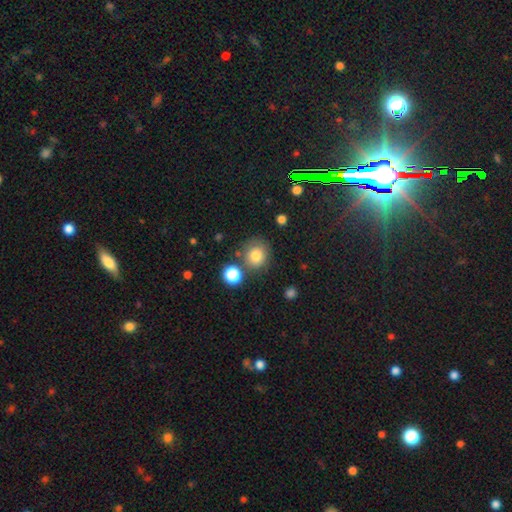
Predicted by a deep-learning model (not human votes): Smooth or featured: smooth — 81% (star or artifact — 12%)
How rounded: round — 85% (in between — 14%)
Merging: none — 73% (minor disturbance — 13%)